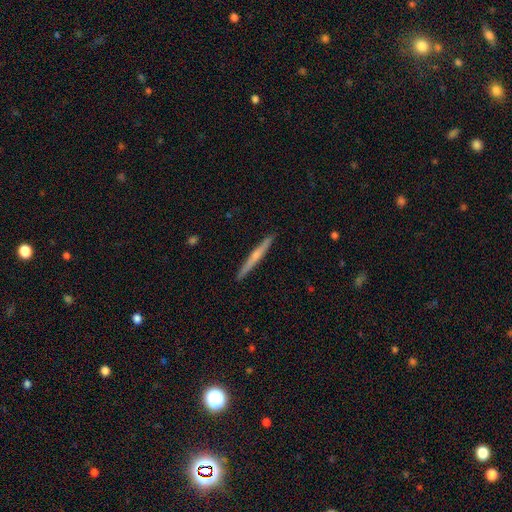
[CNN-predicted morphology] Smooth or featured?
  - featured or disk: 56% *
  - smooth: 39%
  - star or artifact: 6%
Edge-on disk?
  - yes: 97% *
  - no: 3%
Edge-on bulge?
  - rounded: 54% *
  - none: 40%
  - boxy: 6%
Merging?
  - none: 92% *
  - minor disturbance: 6%
  - major disturbance: 1%
  - merger: 1%